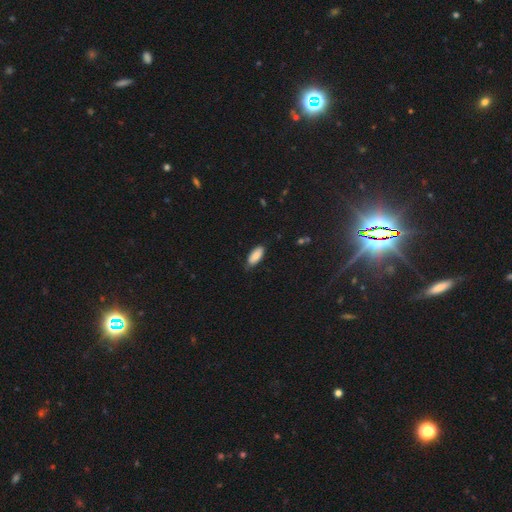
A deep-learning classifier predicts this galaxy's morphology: smooth 86%, featured or disk 8%, star or artifact 7%. Down the decision tree: how rounded — in between (83%); merging — none (72%).